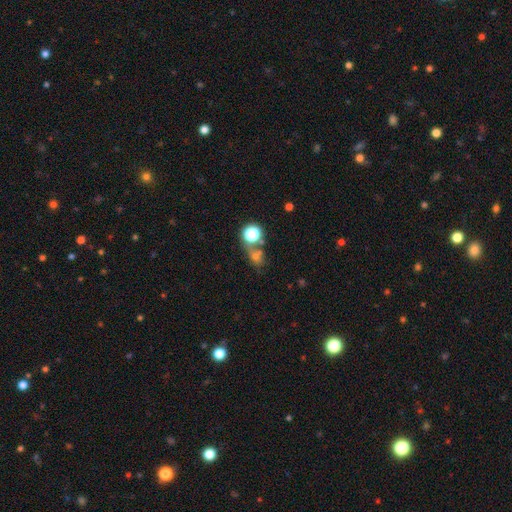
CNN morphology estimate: Smooth or featured: smooth — 56% (star or artifact — 32%)
How rounded: round — 74% (in between — 24%)
Merging: none — 50% (merger — 33%)